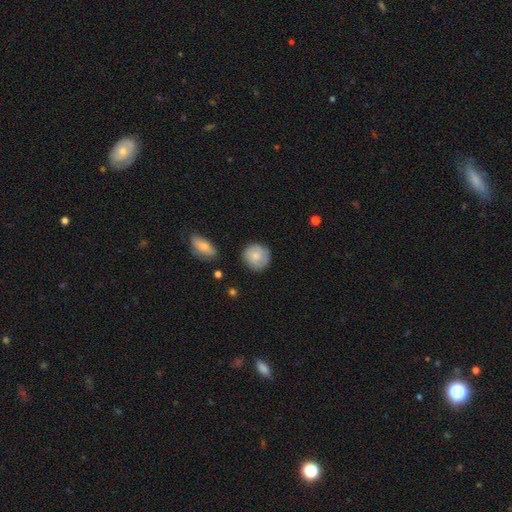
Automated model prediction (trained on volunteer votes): Smooth or featured? smooth (75%)
How rounded? round (91%)
Merging? none (77%)